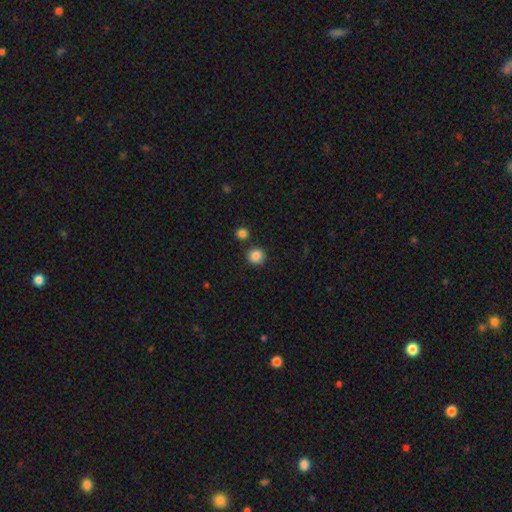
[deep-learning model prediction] The model was most divided on "merging": none: 84%, minor disturbance: 8%, merger: 7%, major disturbance: 2%. More confident: how rounded — round (92%); smooth or featured — smooth (87%).